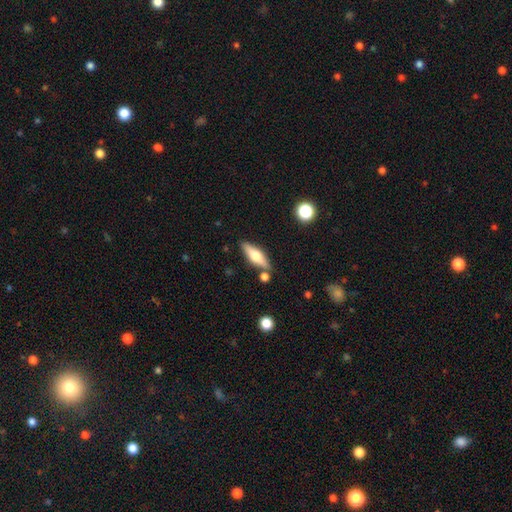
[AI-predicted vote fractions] Morphology: type=smooth (49%); merging=none (80%).